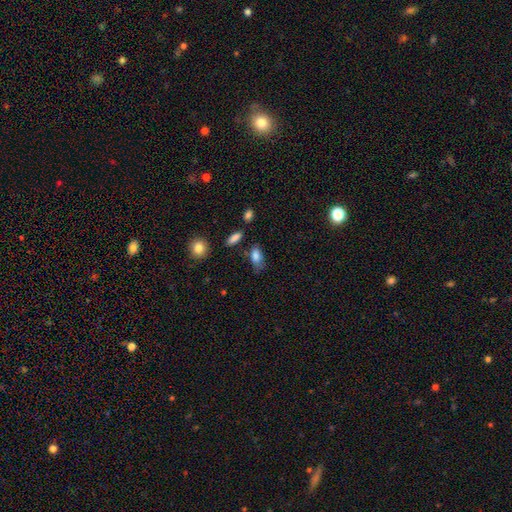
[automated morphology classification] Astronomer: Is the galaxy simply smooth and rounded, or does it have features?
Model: smooth — 83%.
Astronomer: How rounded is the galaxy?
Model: in between — 89%.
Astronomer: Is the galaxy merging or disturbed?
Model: none — 59%.